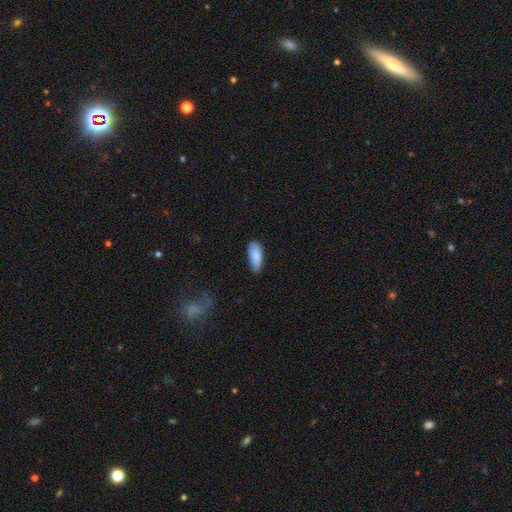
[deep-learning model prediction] Smooth or featured: smooth — 86% (featured or disk — 7%)
How rounded: in between — 76% (cigar-shaped — 22%)
Merging: none — 64% (minor disturbance — 29%)